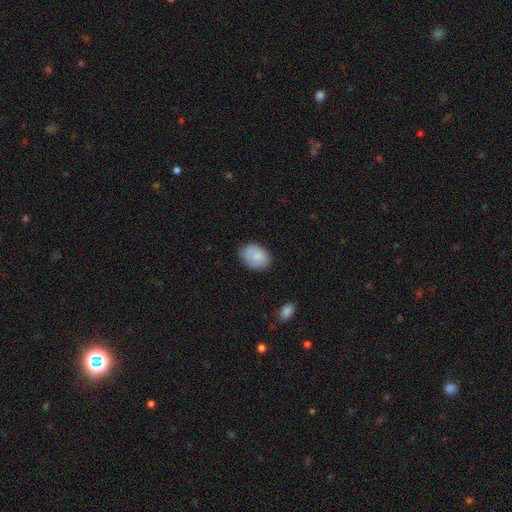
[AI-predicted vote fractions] smooth 82%, featured or disk 12%, star or artifact 7%. Down the decision tree: how rounded — in between (74%); merging — none (76%).